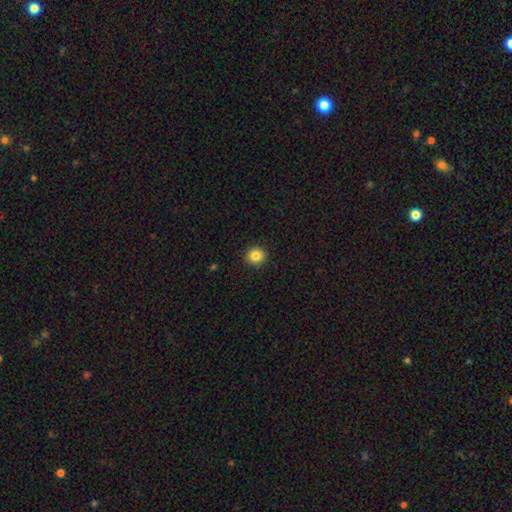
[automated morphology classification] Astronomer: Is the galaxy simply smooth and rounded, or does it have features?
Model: smooth — 85%.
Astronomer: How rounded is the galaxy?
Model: round — 91%.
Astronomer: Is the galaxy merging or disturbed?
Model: none — 93%.